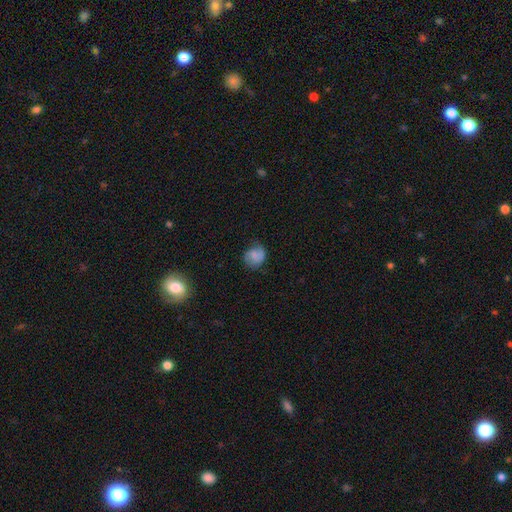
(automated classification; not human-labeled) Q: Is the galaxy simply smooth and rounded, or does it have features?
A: smooth — 57%.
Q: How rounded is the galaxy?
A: round — 66%.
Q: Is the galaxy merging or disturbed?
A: none — 63%.